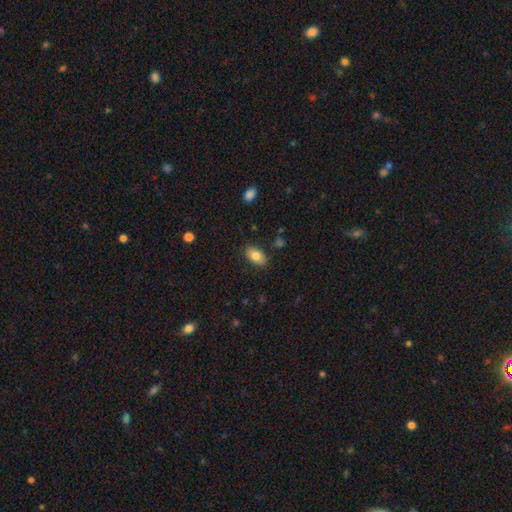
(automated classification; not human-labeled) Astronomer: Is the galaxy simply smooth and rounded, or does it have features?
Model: smooth — 81%.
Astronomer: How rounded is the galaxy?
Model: in between — 91%.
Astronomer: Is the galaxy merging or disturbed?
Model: none — 85%.